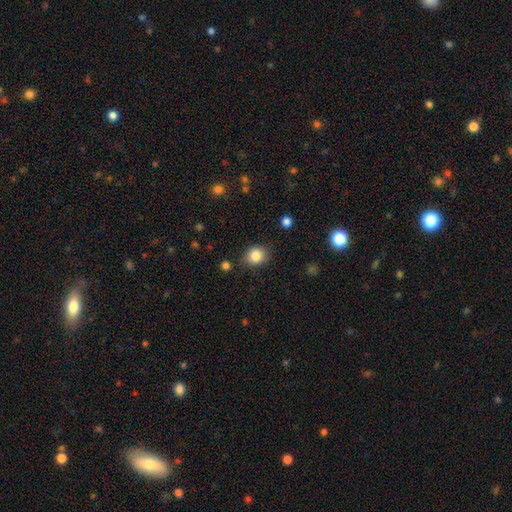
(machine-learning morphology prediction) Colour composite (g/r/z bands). It shows a smooth galaxy with no disk features (84%) that is round (61%). Merging: none (80%).